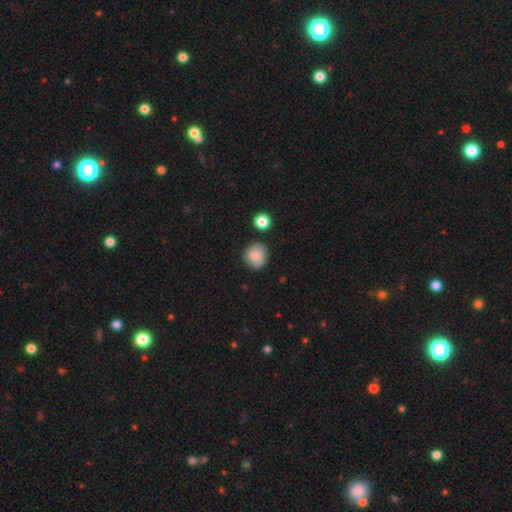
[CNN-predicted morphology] Q: Smooth or featured?
A: smooth (82%); runner-up: featured or disk (10%)
Q: How rounded?
A: round (85%); runner-up: in between (14%)
Q: Merging?
A: none (81%); runner-up: minor disturbance (13%)